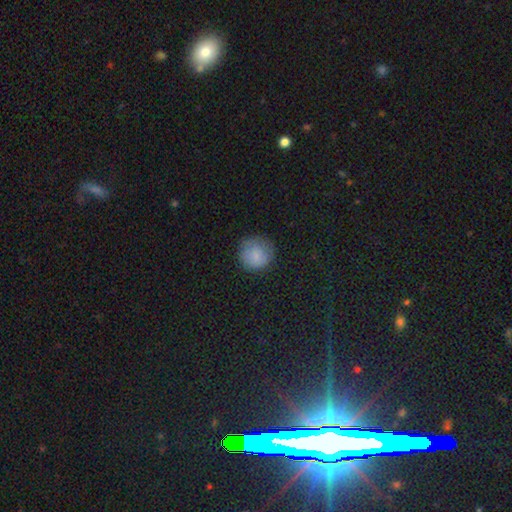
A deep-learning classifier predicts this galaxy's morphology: This appears to be a smooth galaxy with no disk features (82%) that is round (93%). Merging: none (80%).